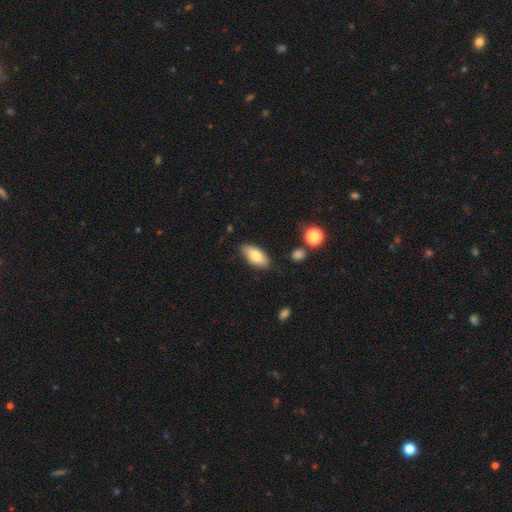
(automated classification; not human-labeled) Q: Smooth or featured?
A: smooth (77%); runner-up: featured or disk (16%)
Q: How rounded?
A: in between (88%); runner-up: cigar-shaped (9%)
Q: Merging?
A: none (81%); runner-up: minor disturbance (14%)